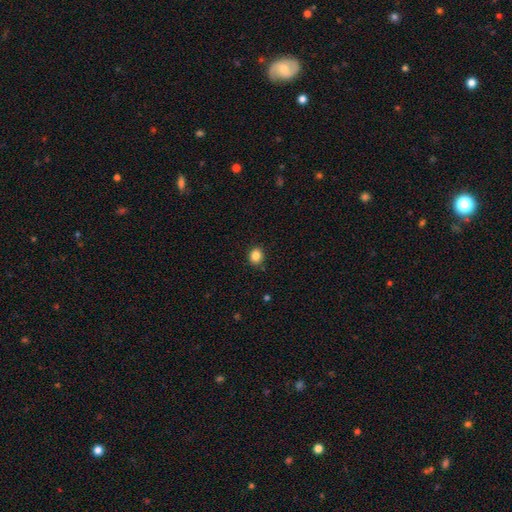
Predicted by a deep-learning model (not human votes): smooth 84%, star or artifact 11%, featured or disk 5%. Down the decision tree: how rounded — round (70%); merging — none (88%).